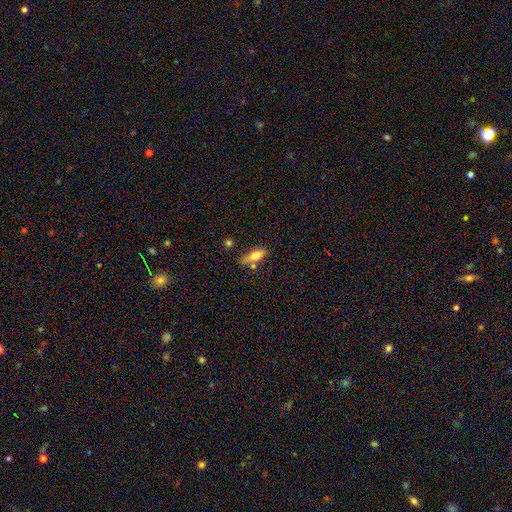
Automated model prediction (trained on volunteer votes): A smooth galaxy with no disk features (65%) that is in between round and cigar-shaped (67%).

Vote fractions:
- Smooth or featured? smooth: 65% / featured or disk: 27% / star or artifact: 8%
- How rounded? in between: 67% / cigar-shaped: 27% / round: 5%
- Merging? none: 53% / minor disturbance: 23% / merger: 15% / major disturbance: 9%